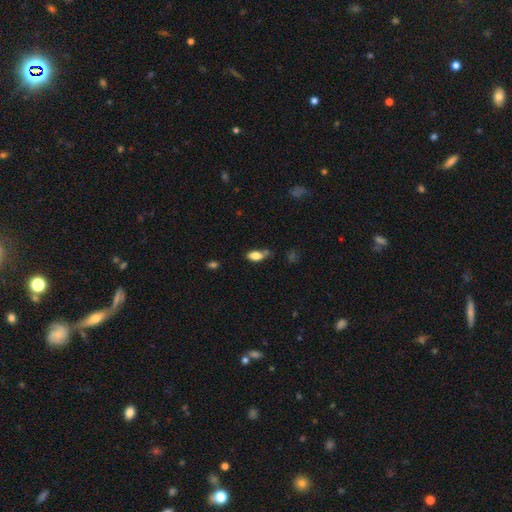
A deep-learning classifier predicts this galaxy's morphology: Smooth or featured?
  - smooth: 82% *
  - featured or disk: 10%
  - star or artifact: 9%
How rounded?
  - in between: 89% *
  - cigar-shaped: 7%
  - round: 5%
Merging?
  - none: 56% *
  - minor disturbance: 26%
  - merger: 10%
  - major disturbance: 7%